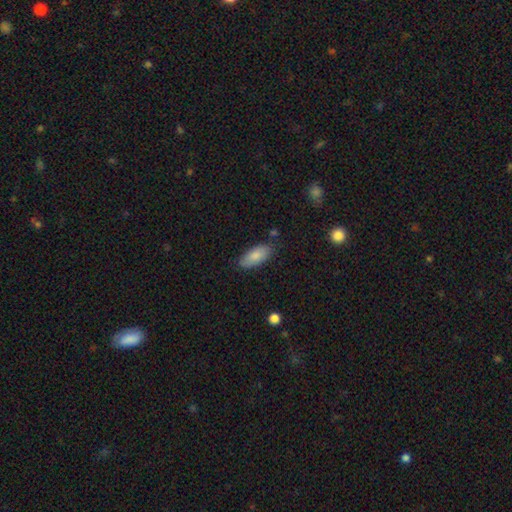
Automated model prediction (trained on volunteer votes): smooth_or_featured: smooth (p=0.84) [alt: featured or disk p=0.10]
how_rounded: in between (p=0.87) [alt: cigar-shaped p=0.11]
merging: none (p=0.80) [alt: minor disturbance p=0.15]